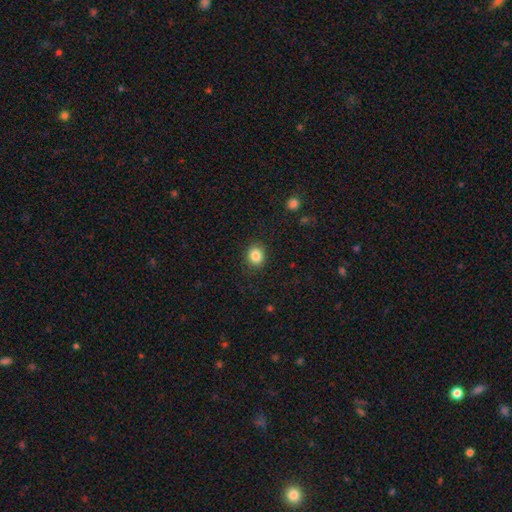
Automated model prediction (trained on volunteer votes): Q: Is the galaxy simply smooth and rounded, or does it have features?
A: smooth — 86%.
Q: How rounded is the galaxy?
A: round — 70%.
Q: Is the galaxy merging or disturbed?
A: none — 88%.